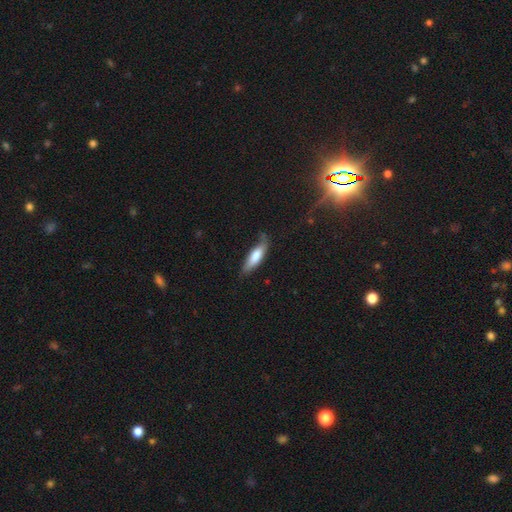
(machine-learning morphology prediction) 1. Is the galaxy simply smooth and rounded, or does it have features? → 73% smooth, 21% featured or disk, 6% star or artifact.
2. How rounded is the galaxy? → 60% cigar-shaped, 38% in between, 2% round.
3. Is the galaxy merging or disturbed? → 68% none, 25% minor disturbance, 5% major disturbance, 2% merger.